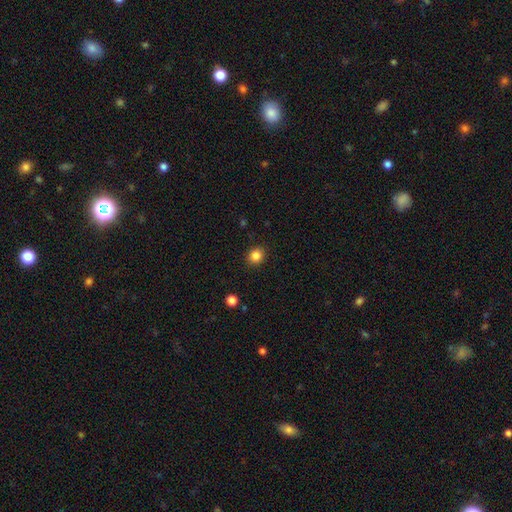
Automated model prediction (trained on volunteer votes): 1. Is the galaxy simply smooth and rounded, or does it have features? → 85% smooth, 11% star or artifact, 4% featured or disk.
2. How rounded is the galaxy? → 81% round, 18% in between, 1% cigar-shaped.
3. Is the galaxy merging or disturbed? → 90% none, 7% minor disturbance, 2% major disturbance, 1% merger.